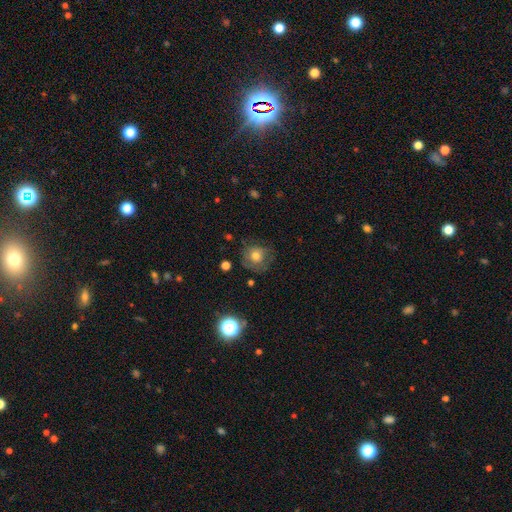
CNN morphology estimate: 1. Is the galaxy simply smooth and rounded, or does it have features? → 63% smooth, 25% featured or disk, 12% star or artifact.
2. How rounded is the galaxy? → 87% round, 12% in between, 1% cigar-shaped.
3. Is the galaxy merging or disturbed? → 65% none, 21% minor disturbance, 12% major disturbance, 2% merger.